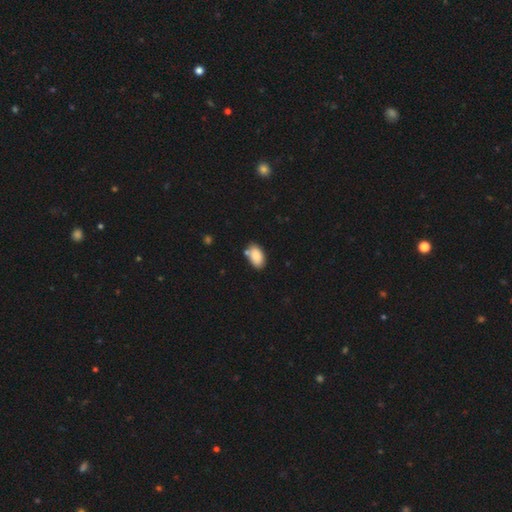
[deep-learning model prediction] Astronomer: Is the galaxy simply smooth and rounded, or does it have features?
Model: smooth — 87%.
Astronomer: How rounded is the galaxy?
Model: in between — 93%.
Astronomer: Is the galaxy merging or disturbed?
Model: none — 69%.